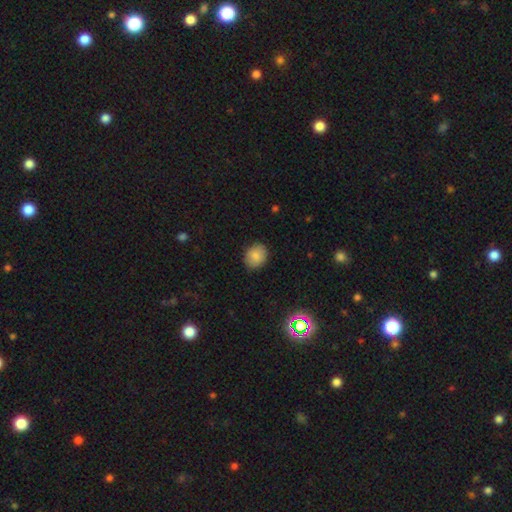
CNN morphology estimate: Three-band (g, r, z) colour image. It shows a smooth galaxy with no disk features (84%) that is round (59%). Merging: none (86%).